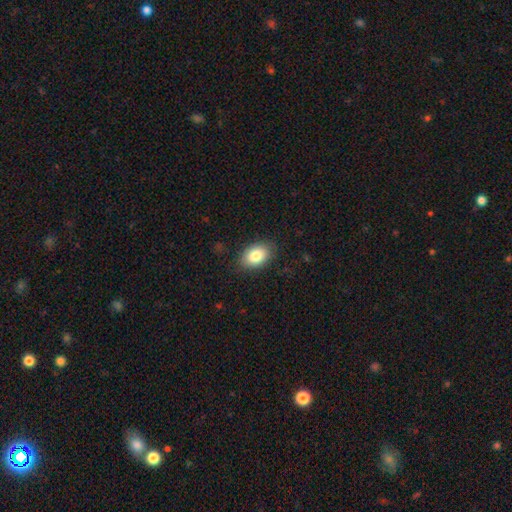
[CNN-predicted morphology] This appears to be a smooth galaxy with no disk features (84%) that is in between round and cigar-shaped (87%). Merging: none (85%).